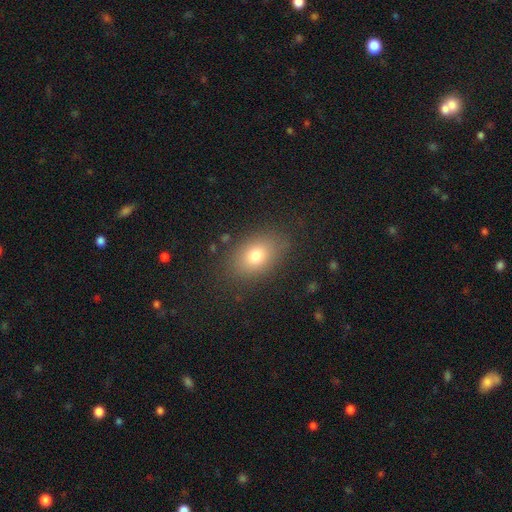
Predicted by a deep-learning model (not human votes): Smooth or featured? Predicted: smooth (p=0.76). How rounded? Predicted: in between (p=0.81). Merging? Predicted: none (p=0.84).